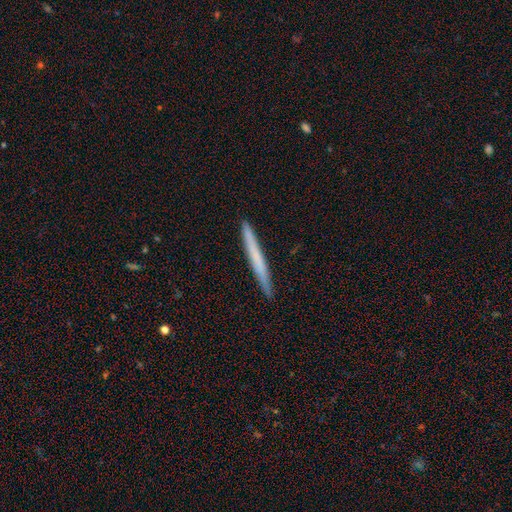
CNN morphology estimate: A smooth galaxy with no disk features (59%) that is cigar-shaped (97%).

Vote fractions:
- Smooth or featured? smooth: 59% / featured or disk: 35% / star or artifact: 6%
- How rounded? cigar-shaped: 97% / in between: 2% / round: 1%
- Merging? none: 92% / minor disturbance: 6% / major disturbance: 1% / merger: 1%